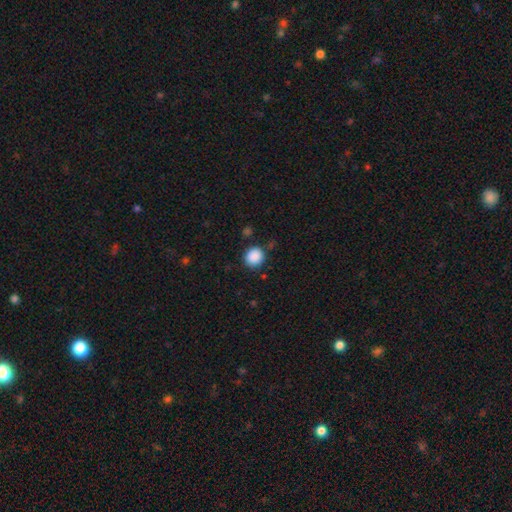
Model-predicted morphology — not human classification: This is clearly a smooth galaxy (89%). How rounded: clearly round (87%). Merging: clearly none (85%).